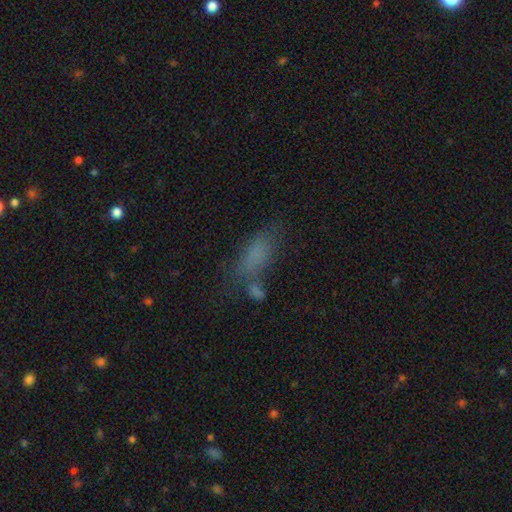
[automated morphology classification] smooth-or-featured: smooth: 70% | star or artifact: 15% | featured or disk: 14%
  how-rounded: in between: 68% | cigar-shaped: 27% | round: 5%
  merging: none: 50% | minor disturbance: 21% | merger: 15% | major disturbance: 15%